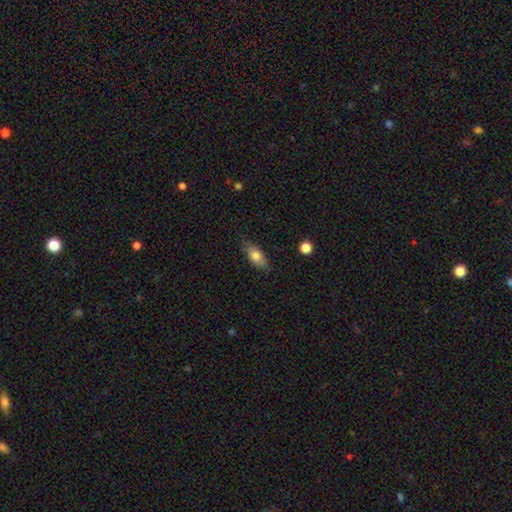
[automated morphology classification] Smooth or featured? smooth (75%)
How rounded? in between (83%)
Merging? none (76%)